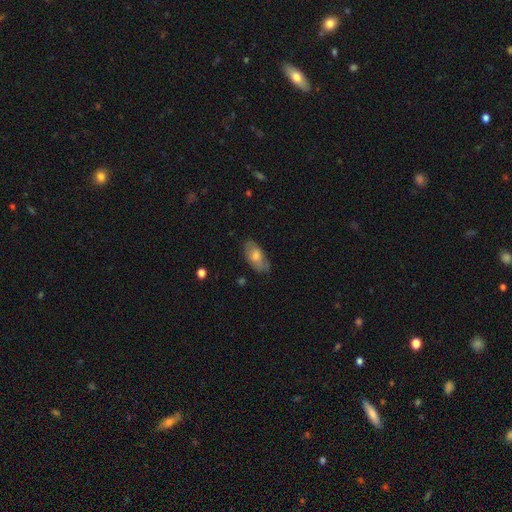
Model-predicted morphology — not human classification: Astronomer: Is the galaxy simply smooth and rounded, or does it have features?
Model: smooth — 61%.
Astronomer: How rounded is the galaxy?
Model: in between — 90%.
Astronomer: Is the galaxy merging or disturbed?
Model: none — 74%.